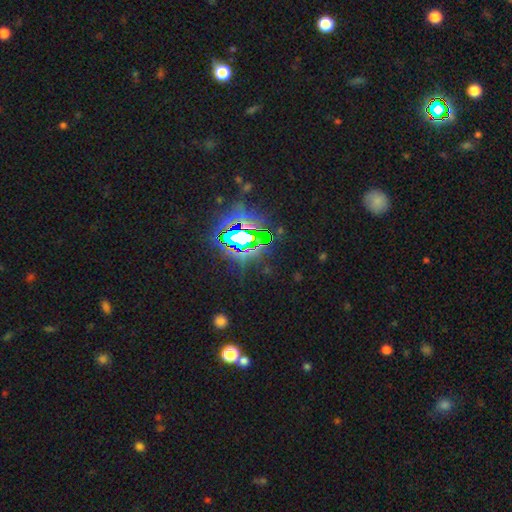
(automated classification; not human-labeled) smooth-or-featured: star or artifact: 83% | smooth: 9% | featured or disk: 8%